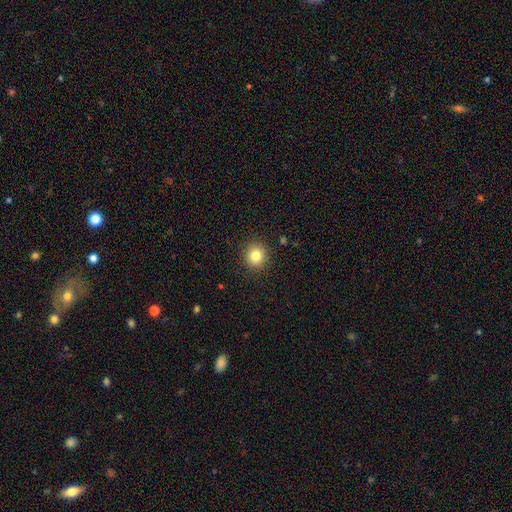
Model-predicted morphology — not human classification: type=smooth (82%); roundness=round (90%); merging=none (91%).